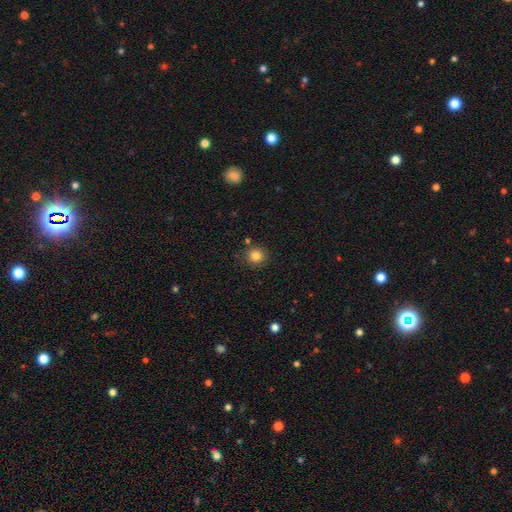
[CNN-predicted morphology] Smooth or featured? smooth (83%)
How rounded? round (90%)
Merging? none (86%)